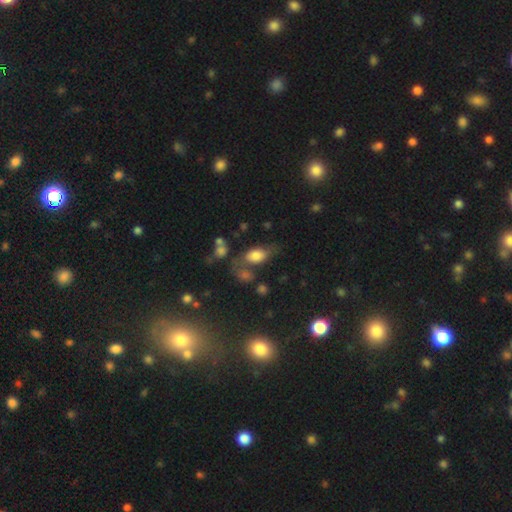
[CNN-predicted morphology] Smooth or featured? Predicted: smooth (p=0.76). How rounded? Predicted: in between (p=0.88). Merging? Predicted: none (p=0.45).